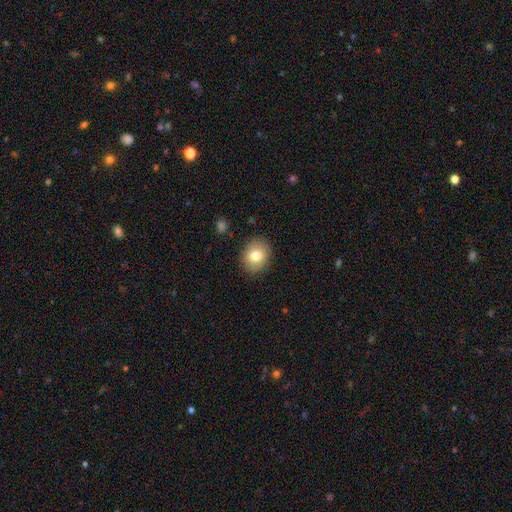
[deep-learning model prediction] Q: Smooth or featured?
A: smooth (79%); runner-up: featured or disk (12%)
Q: How rounded?
A: round (54%); runner-up: in between (45%)
Q: Merging?
A: none (88%); runner-up: minor disturbance (9%)